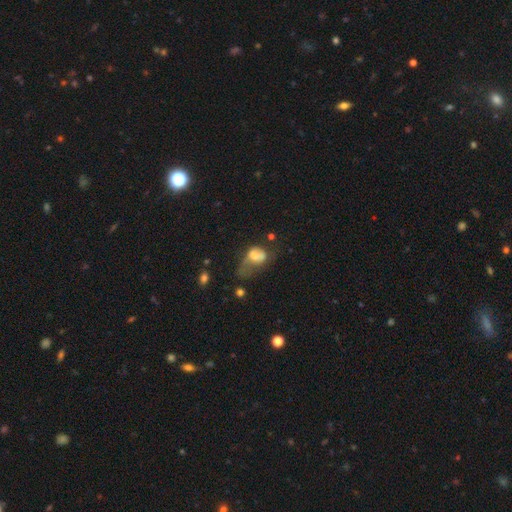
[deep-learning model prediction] smooth 63%, featured or disk 25%, star or artifact 11%. Down the decision tree: how rounded — in between (72%); merging — major disturbance (52%).